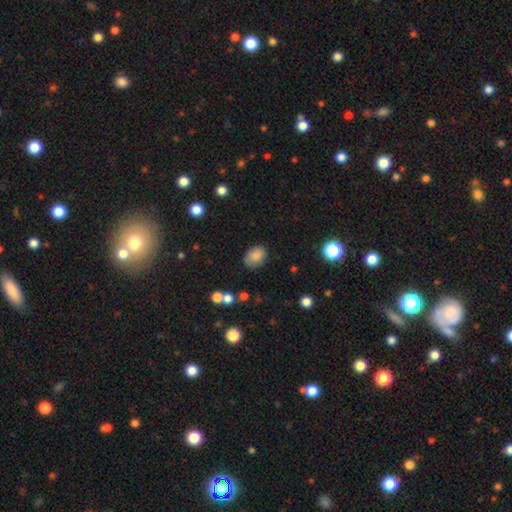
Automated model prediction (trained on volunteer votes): This appears to be a smooth galaxy with no disk features (84%) that is in between round and cigar-shaped (72%). Merging: none (74%).